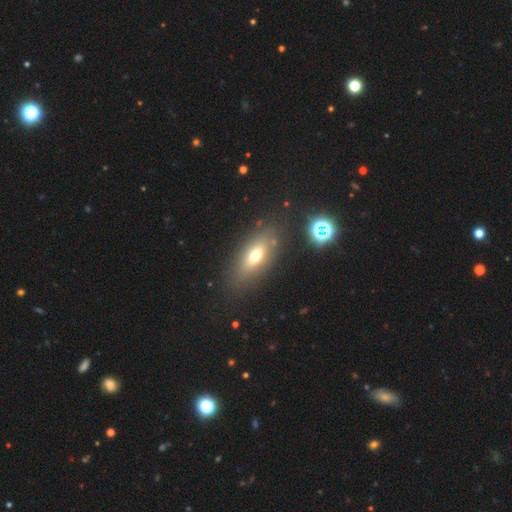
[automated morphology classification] A smooth galaxy with no disk features (61%) that is in between round and cigar-shaped (71%). Merging: none (79%).